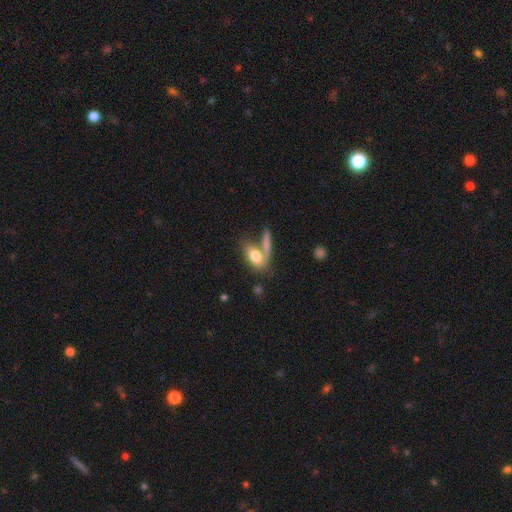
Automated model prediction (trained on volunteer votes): Smooth or featured? Predicted: smooth (p=0.75). How rounded? Predicted: in between (p=0.82). Merging? Predicted: none (p=0.44).